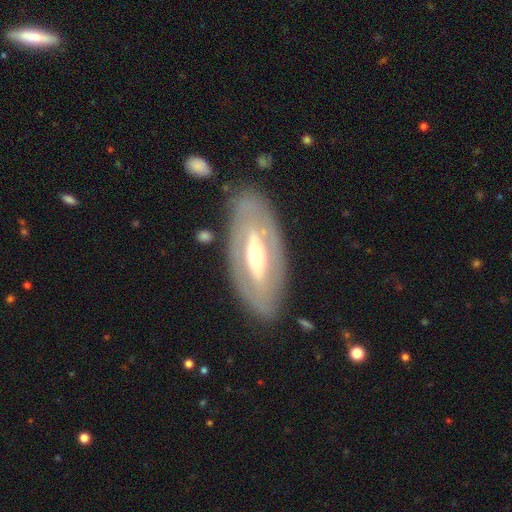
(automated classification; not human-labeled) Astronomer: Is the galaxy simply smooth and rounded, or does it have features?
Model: featured or disk — 71%.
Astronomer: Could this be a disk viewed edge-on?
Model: no — 84%.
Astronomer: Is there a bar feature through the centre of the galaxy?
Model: no — 39% (runner-up: strong, 34%).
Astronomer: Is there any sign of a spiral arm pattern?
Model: no — 71%.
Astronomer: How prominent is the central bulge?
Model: moderate — 67%.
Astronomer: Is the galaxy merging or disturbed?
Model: none — 81%.